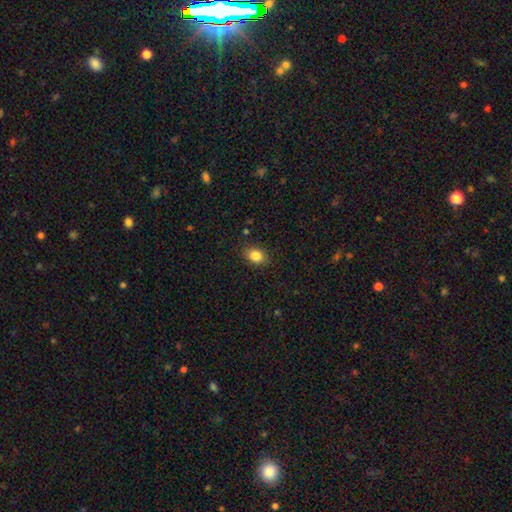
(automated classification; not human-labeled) Smooth or featured? Predicted: smooth (p=0.84). How rounded? Predicted: in between (p=0.67). Merging? Predicted: none (p=0.86).